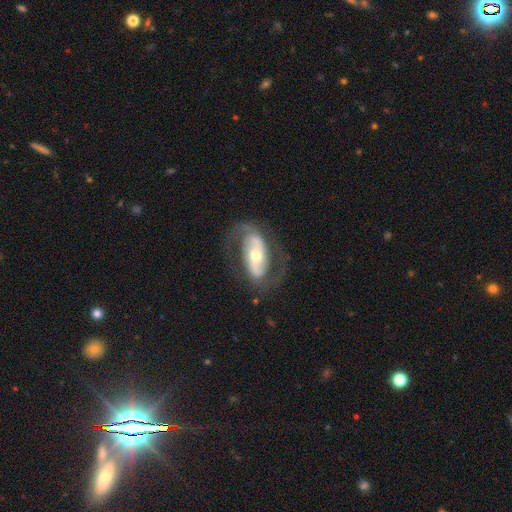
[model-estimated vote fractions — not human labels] Q: Smooth or featured?
A: featured or disk (81%); runner-up: smooth (14%)
Q: Edge-on disk?
A: no (94%); runner-up: yes (6%)
Q: Bar?
A: strong (38%); runner-up: no (33%)
Q: Spiral arms?
A: yes (85%); runner-up: no (15%)
Q: Spiral winding?
A: medium (48%); runner-up: loose (32%)
Q: Spiral arm count?
A: 2 (88%); runner-up: can't tell (6%)
Q: Bulge size?
A: moderate (60%); runner-up: small (31%)
Q: Merging?
A: none (72%); runner-up: minor disturbance (14%)